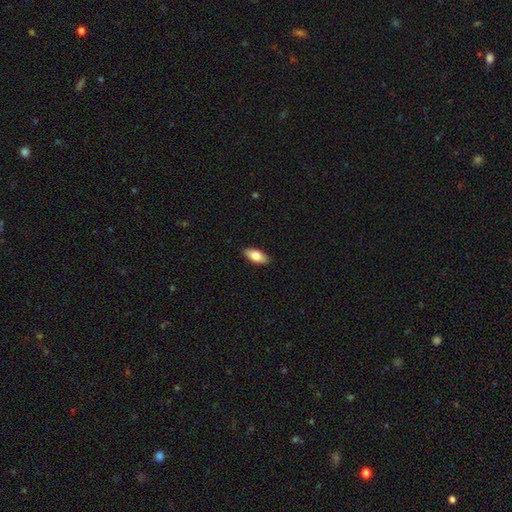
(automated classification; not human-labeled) This is clearly a smooth galaxy (80%). How rounded: clearly in between (87%). Merging: clearly none (89%).